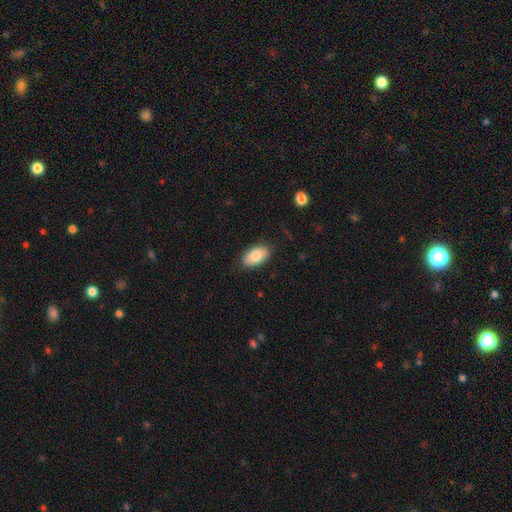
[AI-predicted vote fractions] smooth 84%, featured or disk 9%, star or artifact 7%. Down the decision tree: how rounded — in between (94%); merging — none (86%).